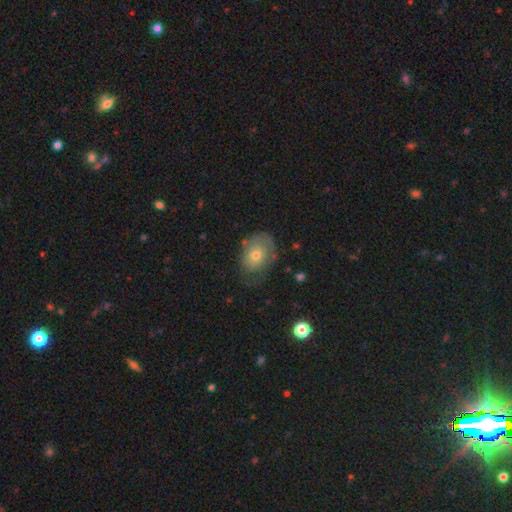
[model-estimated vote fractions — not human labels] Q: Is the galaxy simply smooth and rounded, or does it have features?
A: smooth — 58%.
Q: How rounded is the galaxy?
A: in between — 68%.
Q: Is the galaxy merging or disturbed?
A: none — 54%.